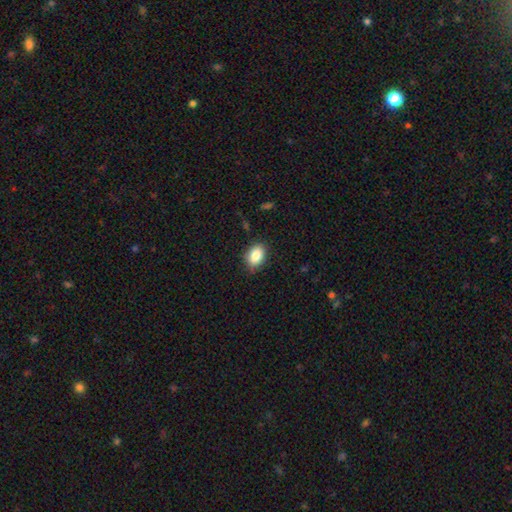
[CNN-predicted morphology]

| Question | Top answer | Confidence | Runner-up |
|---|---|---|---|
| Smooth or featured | smooth | 86% | star or artifact (8%) |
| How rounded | in between | 80% | round (19%) |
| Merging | none | 84% | minor disturbance (12%) |